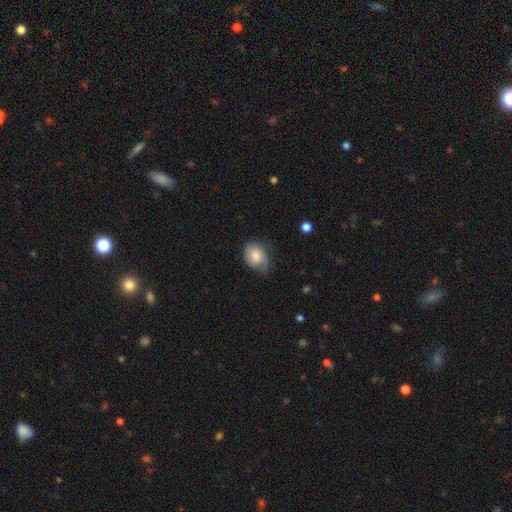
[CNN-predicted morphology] Smooth or featured? Predicted: smooth (p=0.68). How rounded? Predicted: in between (p=0.67). Merging? Predicted: none (p=0.52).